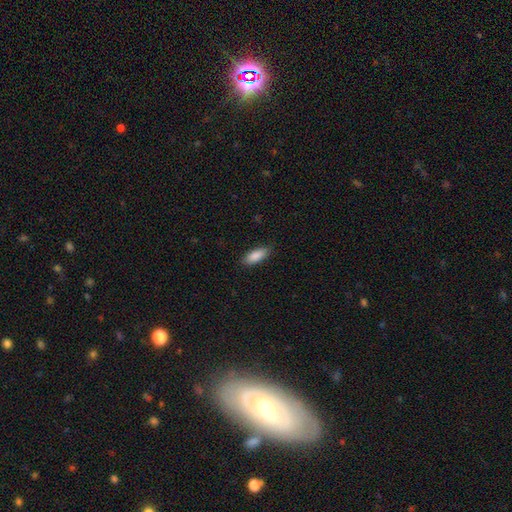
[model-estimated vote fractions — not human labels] Morphology: type=smooth (88%); roundness=in between (75%); merging=none (87%).